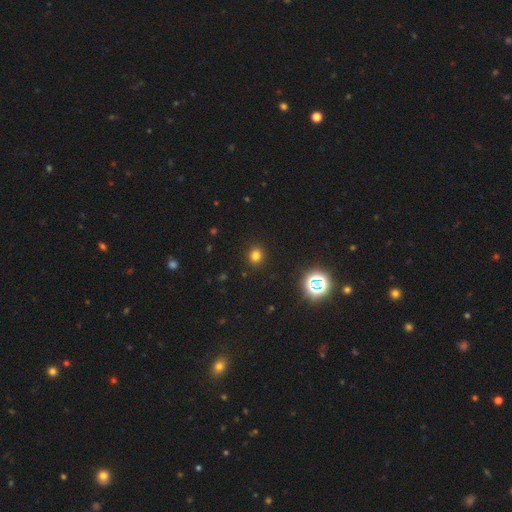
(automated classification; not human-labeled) Smooth or featured? smooth (77%)
How rounded? round (83%)
Merging? none (91%)